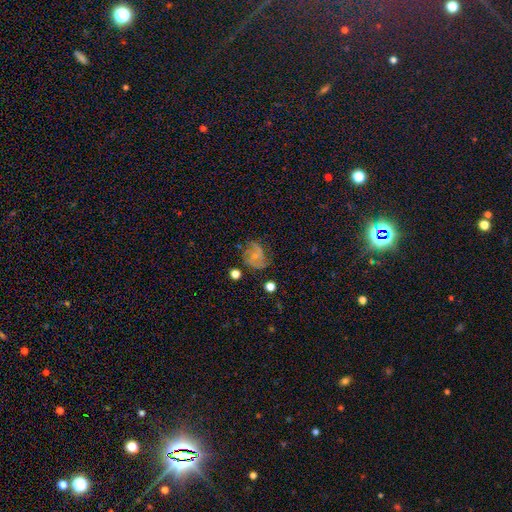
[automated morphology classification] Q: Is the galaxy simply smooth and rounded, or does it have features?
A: featured or disk — 63%.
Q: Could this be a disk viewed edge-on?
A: no — 98%.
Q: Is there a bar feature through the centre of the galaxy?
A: no — 75%.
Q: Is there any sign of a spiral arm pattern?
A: yes — 87%.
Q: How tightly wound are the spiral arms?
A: medium — 44%.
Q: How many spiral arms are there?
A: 2 — 43%.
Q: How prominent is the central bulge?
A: small — 70%.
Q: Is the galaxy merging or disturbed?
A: none — 58%.